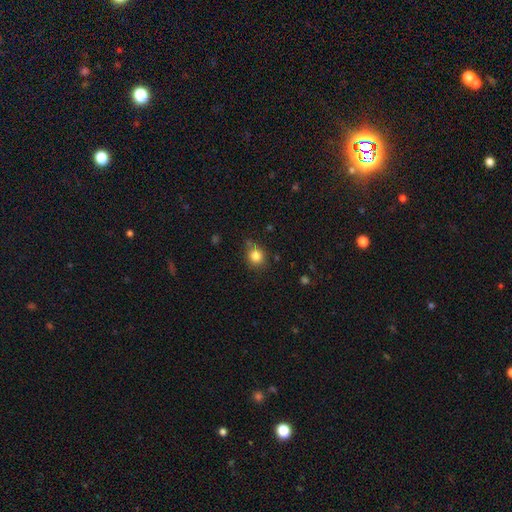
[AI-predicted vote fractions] Morphology: type=smooth (82%); roundness=round (77%); merging=none (71%).